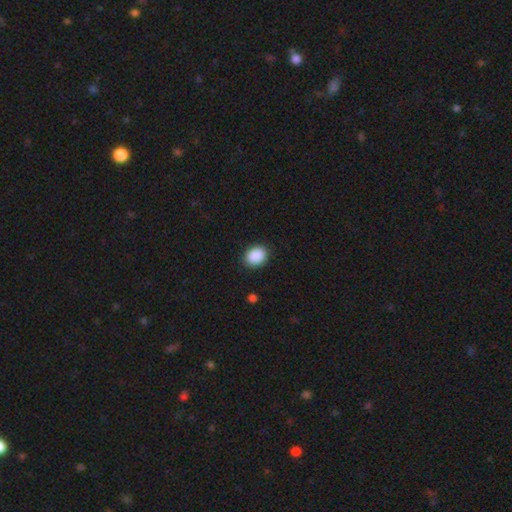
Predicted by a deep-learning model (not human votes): Q: Smooth or featured?
A: smooth (90%); runner-up: star or artifact (8%)
Q: How rounded?
A: in between (53%); runner-up: round (46%)
Q: Merging?
A: none (89%); runner-up: minor disturbance (8%)